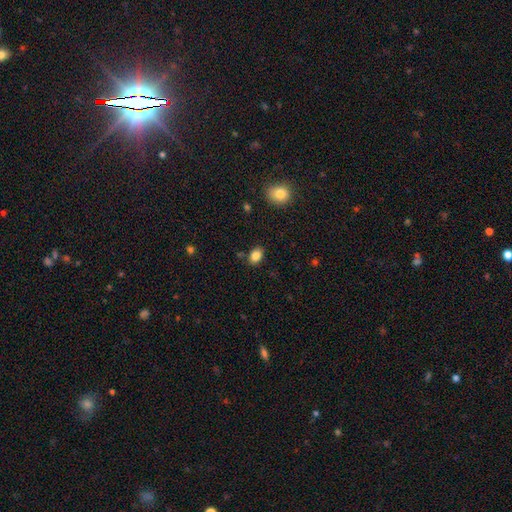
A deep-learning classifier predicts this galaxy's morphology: Overall: smooth (85%). How rounded: in between (79%). Merging: none (83%).